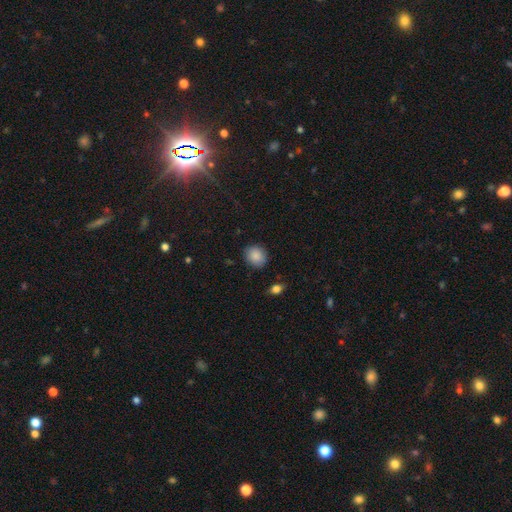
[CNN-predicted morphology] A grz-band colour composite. It shows a smooth galaxy with no disk features (88%) that is round (72%). Merging: none (86%).